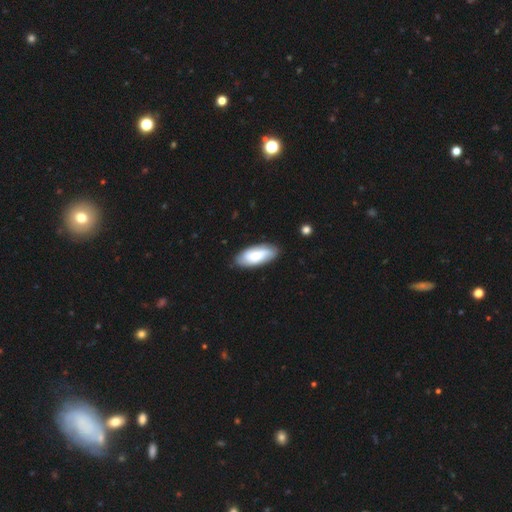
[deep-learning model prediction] smooth 67%, featured or disk 28%, star or artifact 6%. Down the decision tree: how rounded — in between (84%); merging — none (83%).